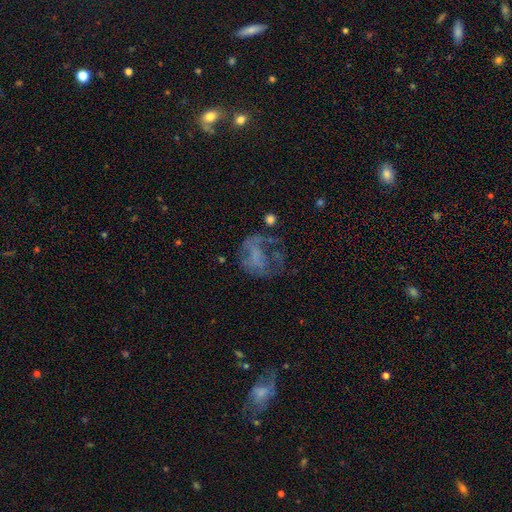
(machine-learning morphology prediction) type=featured or disk (50%); edge-on=no (98%); merging=major disturbance (43%).